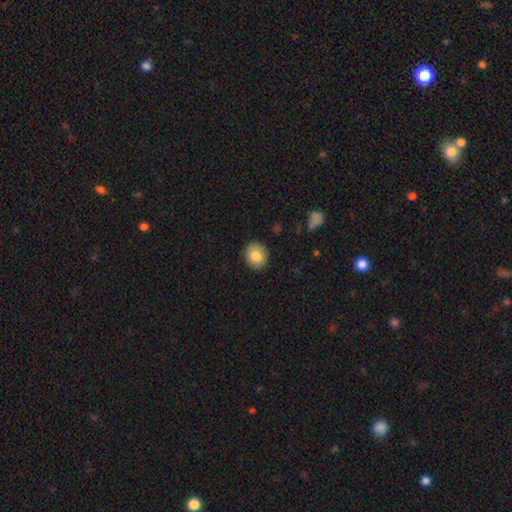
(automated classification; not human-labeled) Smooth or featured?
  - smooth: 83% *
  - featured or disk: 9%
  - star or artifact: 8%
How rounded?
  - round: 74% *
  - in between: 25%
  - cigar-shaped: 1%
Merging?
  - none: 88% *
  - minor disturbance: 9%
  - major disturbance: 2%
  - merger: 1%